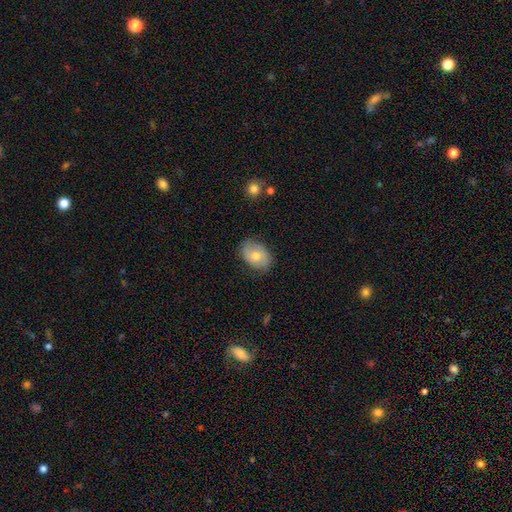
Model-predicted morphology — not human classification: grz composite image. It shows a smooth galaxy with no disk features (65%) that is in between round and cigar-shaped (81%). Merging: none (78%).